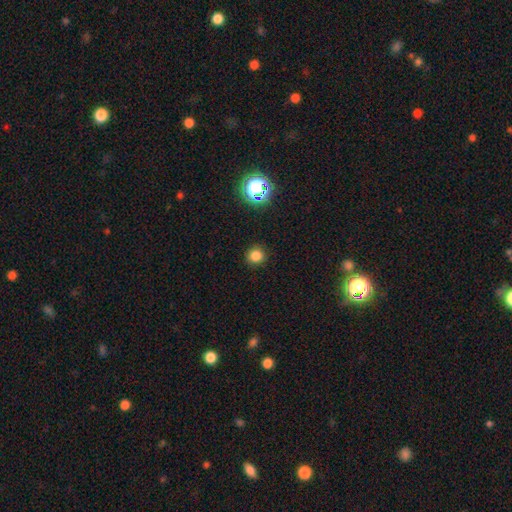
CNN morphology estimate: This is clearly a smooth galaxy (80%). How rounded: clearly round (88%). Merging: clearly none (90%).